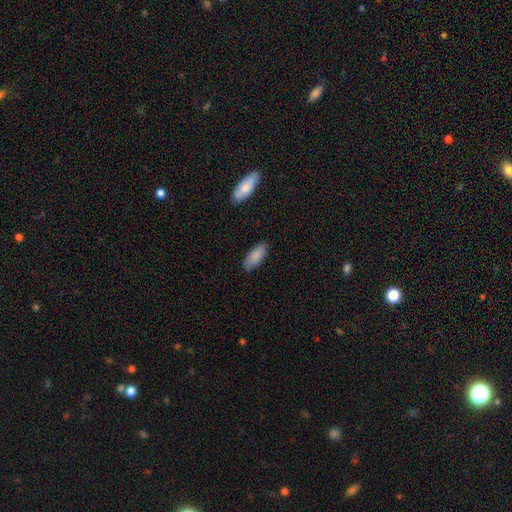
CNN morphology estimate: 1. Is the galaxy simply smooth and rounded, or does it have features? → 87% smooth, 7% featured or disk, 6% star or artifact.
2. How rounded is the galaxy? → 79% in between, 19% cigar-shaped, 2% round.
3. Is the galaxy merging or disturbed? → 86% none, 11% minor disturbance, 2% major disturbance, 1% merger.